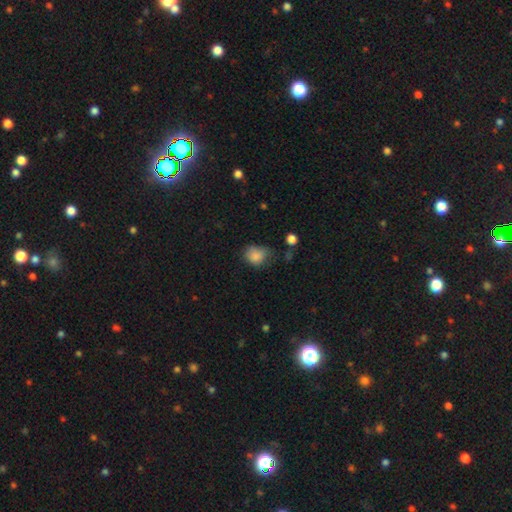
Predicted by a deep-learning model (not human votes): Smooth or featured? Predicted: smooth (p=0.83). How rounded? Predicted: round (p=0.62). Merging? Predicted: none (p=0.49).